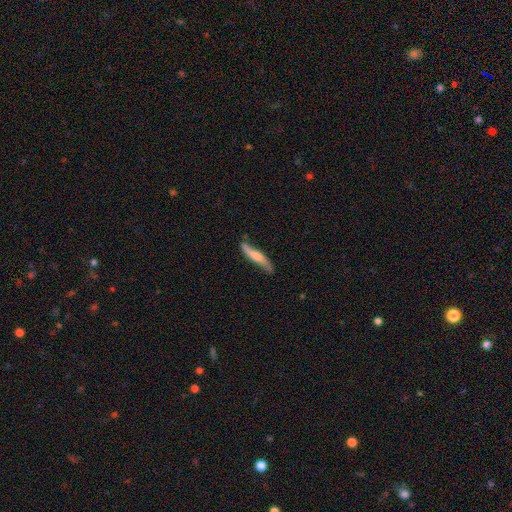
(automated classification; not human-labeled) Smooth or featured? Predicted: featured or disk (p=0.51). Edge-on disk? Predicted: yes (p=0.57). Merging? Predicted: none (p=0.67).